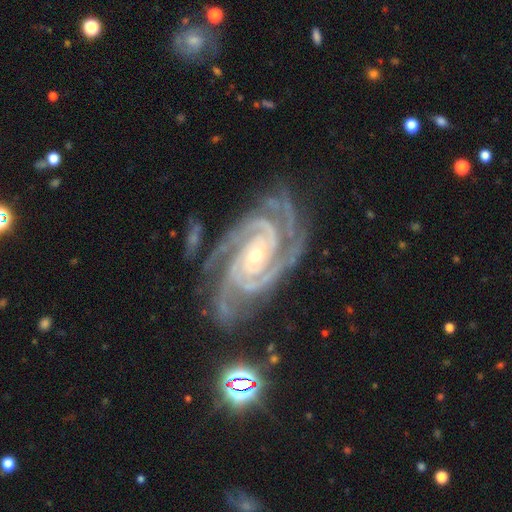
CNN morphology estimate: A featured or disk galaxy (94%) with no bar (59%), 3 (36%) tight (74%) spiral arms (99%) and a small central bulge (70%). Merging: none (72%).